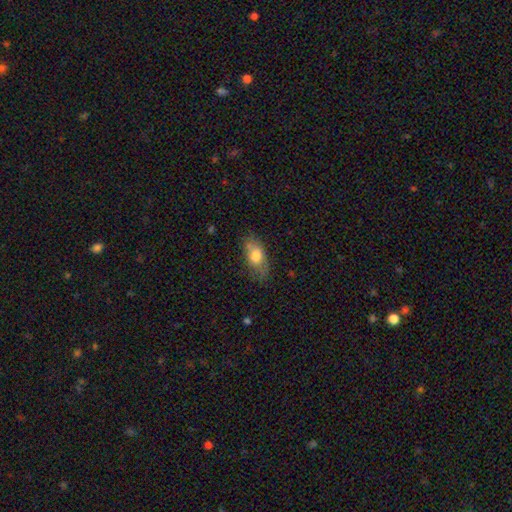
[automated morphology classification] Smooth or featured?
  - smooth: 73% *
  - featured or disk: 20%
  - star or artifact: 8%
How rounded?
  - in between: 85% *
  - round: 8%
  - cigar-shaped: 7%
Merging?
  - none: 63% *
  - minor disturbance: 26%
  - major disturbance: 8%
  - merger: 2%